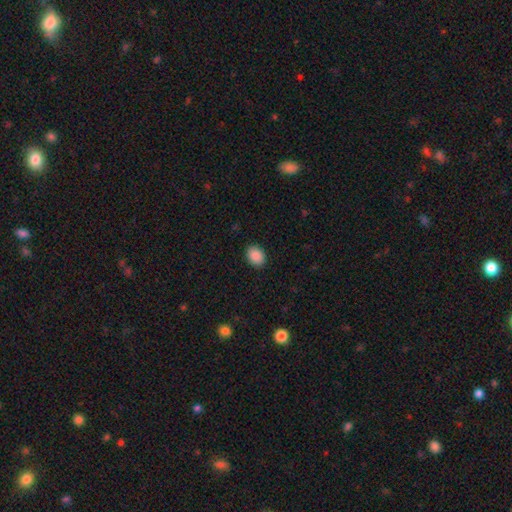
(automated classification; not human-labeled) smooth 89%, star or artifact 8%, featured or disk 3%. Down the decision tree: how rounded — in between (67%); merging — none (90%).